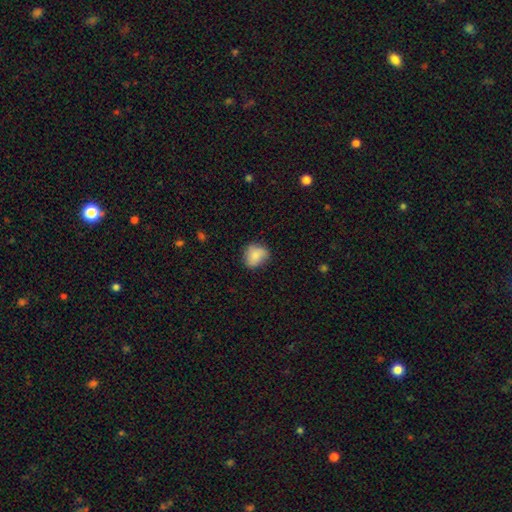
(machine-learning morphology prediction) Overall: smooth (81%). How rounded: round (59%; in between 40%). Merging: none (63%; minor disturbance 29%).